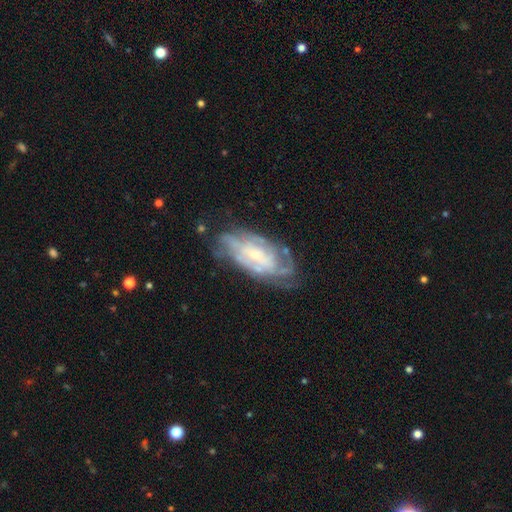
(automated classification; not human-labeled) Smooth or featured?
  - featured or disk: 78% *
  - smooth: 15%
  - star or artifact: 7%
Edge-on disk?
  - no: 92% *
  - yes: 8%
Bar?
  - no: 57% *
  - weak: 33%
  - strong: 9%
Spiral arms?
  - yes: 84% *
  - no: 16%
Spiral winding?
  - tight: 58% *
  - medium: 32%
  - loose: 10%
Spiral arm count?
  - can't tell: 54% *
  - 2: 15%
  - 3: 11%
  - 4: 10%
  - more than 4: 5%
  - 1: 4%
Bulge size?
  - small: 60% *
  - moderate: 28%
  - none: 7%
  - large: 3%
  - dominant: 1%
Merging?
  - none: 61% *
  - minor disturbance: 24%
  - major disturbance: 13%
  - merger: 3%